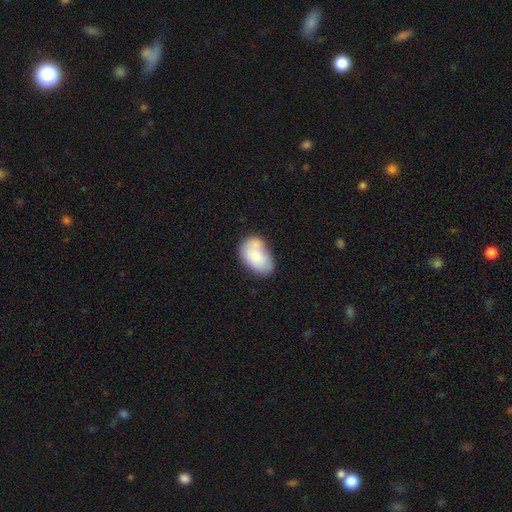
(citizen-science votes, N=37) Smooth or featured?
  - smooth: 78% *
  - featured or disk: 19%
  - star or artifact: 3%
How rounded?
  - in between: 86% *
  - round: 14%
  - cigar-shaped: 0%
Merging?
  - merger: 36% *
  - none: 33%
  - minor disturbance: 17%
  - major disturbance: 14%